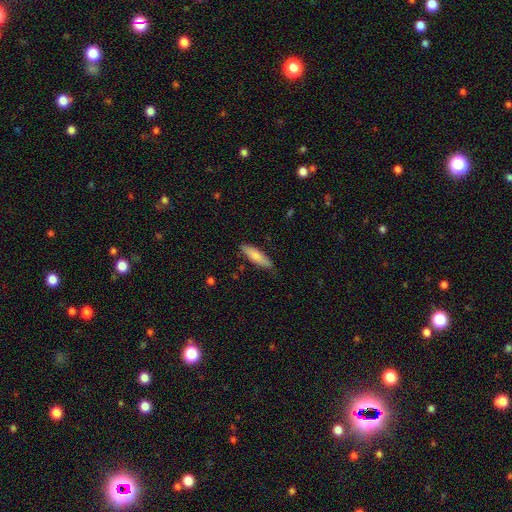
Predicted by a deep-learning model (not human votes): Morphology: type=smooth (79%); roundness=cigar-shaped (64%); merging=none (85%).